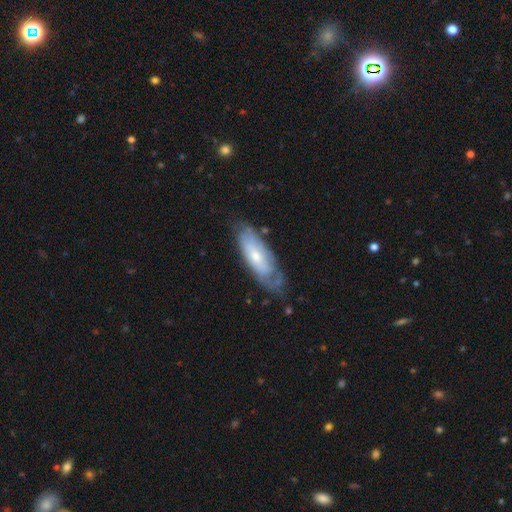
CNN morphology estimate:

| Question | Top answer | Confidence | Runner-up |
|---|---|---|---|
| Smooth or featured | featured or disk | 58% | smooth (36%) |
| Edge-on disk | no | 80% | yes (20%) |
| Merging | none | 60% | minor disturbance (27%) |